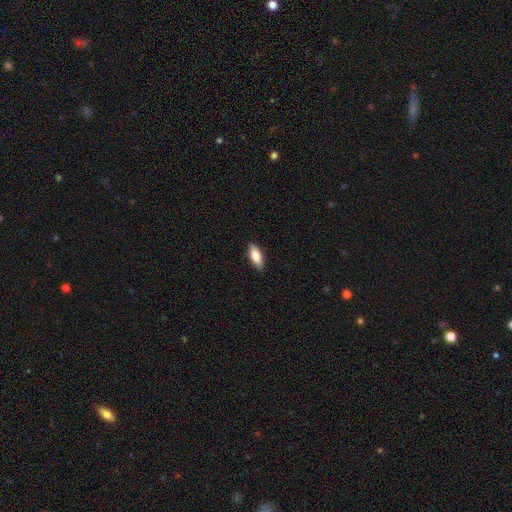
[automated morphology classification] smooth_or_featured: smooth (p=0.80) [alt: featured or disk p=0.14]
how_rounded: in between (p=0.79) [alt: cigar-shaped p=0.19]
merging: none (p=0.87) [alt: minor disturbance p=0.10]